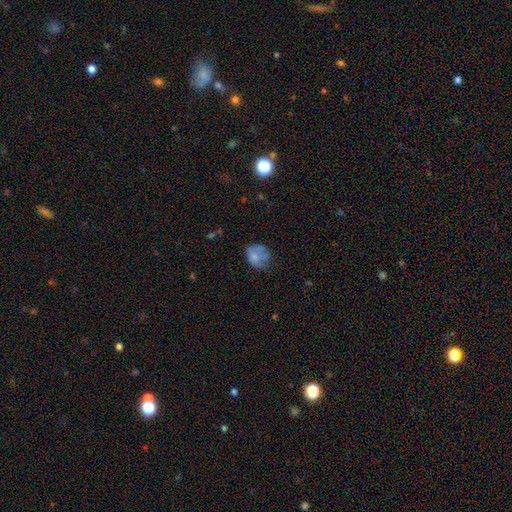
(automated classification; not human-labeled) A smooth galaxy with no disk features (70%) that is round (55%).

Vote fractions:
- Smooth or featured? smooth: 70% / featured or disk: 21% / star or artifact: 9%
- How rounded? round: 55% / in between: 44% / cigar-shaped: 1%
- Merging? none: 46% / minor disturbance: 32% / major disturbance: 18% / merger: 4%